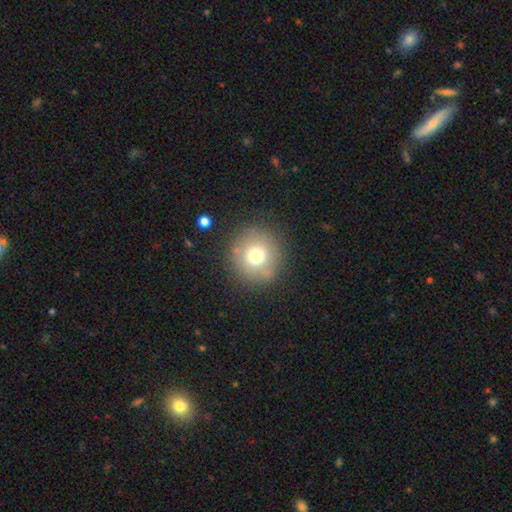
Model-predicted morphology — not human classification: A smooth galaxy with no disk features (72%) that is round (94%). Merging: none (85%).